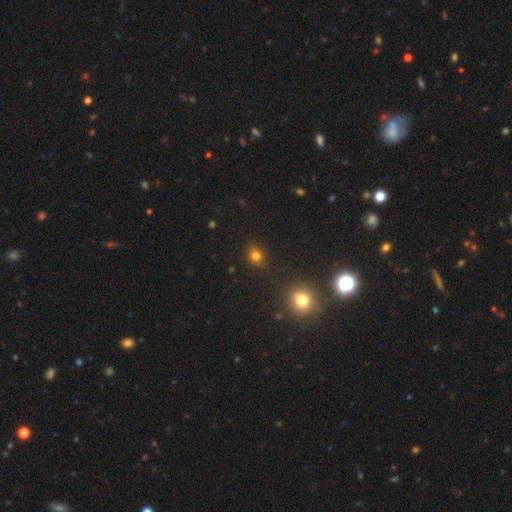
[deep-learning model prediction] This is likely a smooth galaxy (77%). How rounded: likely round (74%). Merging: clearly none (86%).